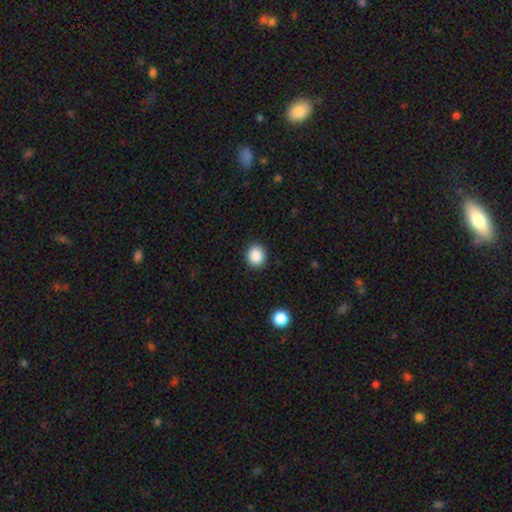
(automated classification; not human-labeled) smooth_or_featured: smooth (p=0.88) [alt: star or artifact p=0.09]
how_rounded: round (p=0.80) [alt: in between p=0.19]
merging: none (p=0.90) [alt: minor disturbance p=0.06]